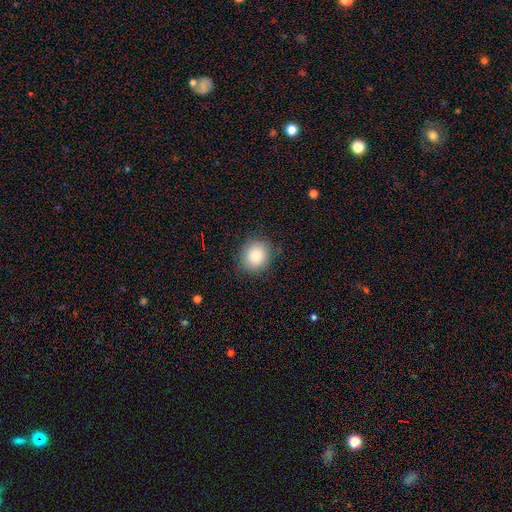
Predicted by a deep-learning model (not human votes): Morphology: type=smooth (85%); roundness=round (80%); merging=none (84%).